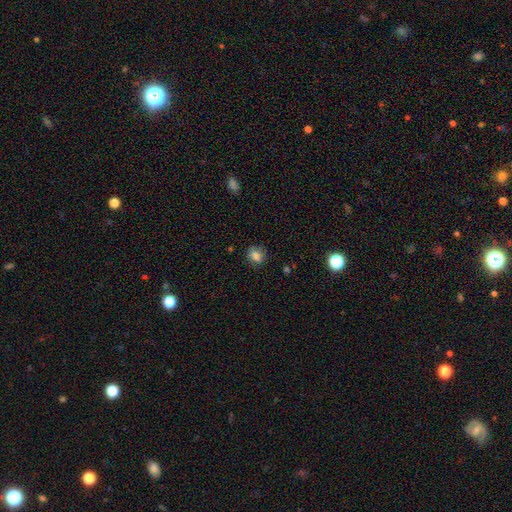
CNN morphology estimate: The model was most divided on "how rounded": round: 52%, in between: 47%, cigar-shaped: 1%. More confident: smooth or featured — smooth (82%); merging — none (80%).